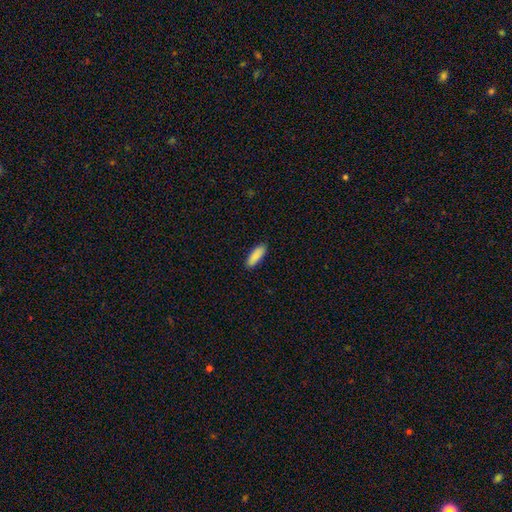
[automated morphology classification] Q: Smooth or featured?
A: smooth (89%); runner-up: star or artifact (6%)
Q: How rounded?
A: in between (59%); runner-up: cigar-shaped (40%)
Q: Merging?
A: none (89%); runner-up: minor disturbance (9%)